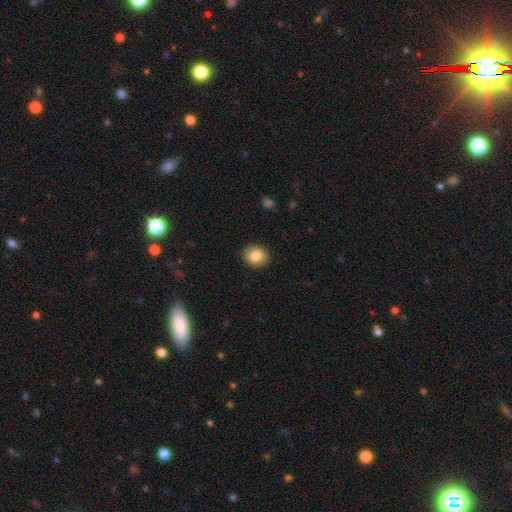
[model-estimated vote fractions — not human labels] smooth_or_featured: smooth (p=0.84) [alt: star or artifact p=0.09]
how_rounded: round (p=0.73) [alt: in between p=0.26]
merging: none (p=0.91) [alt: minor disturbance p=0.06]